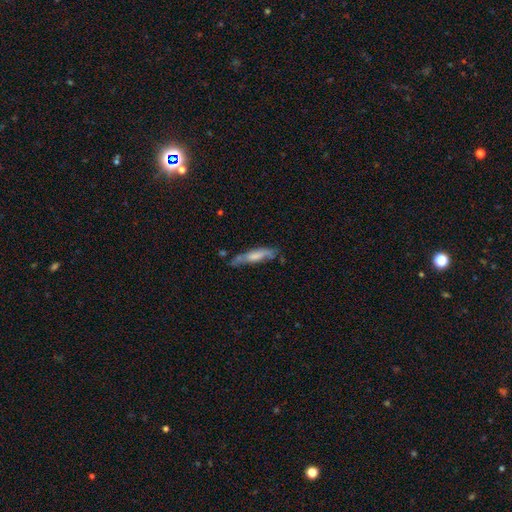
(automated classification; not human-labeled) Smooth or featured: smooth — 58% (featured or disk — 35%)
How rounded: cigar-shaped — 79% (in between — 19%)
Merging: none — 59% (minor disturbance — 27%)